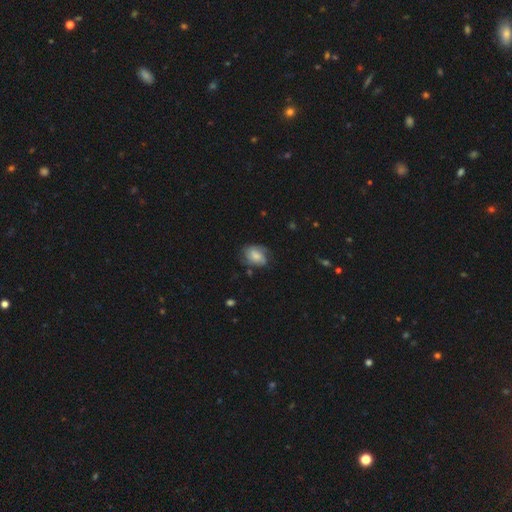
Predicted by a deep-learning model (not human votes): A smooth galaxy with no disk features (48%). Merging: none (61%).